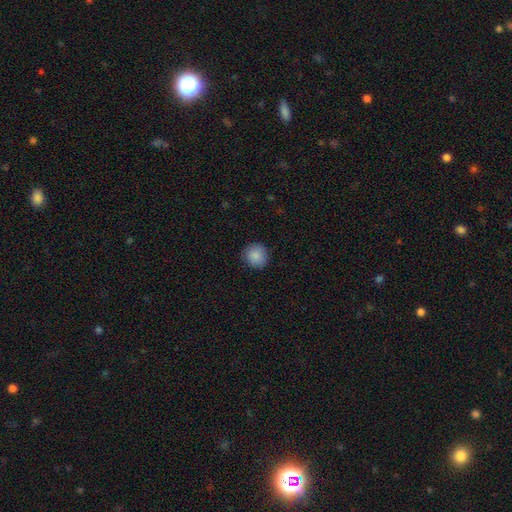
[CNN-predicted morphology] Smooth or featured? Predicted: smooth (p=0.87). How rounded? Predicted: round (p=0.92). Merging? Predicted: none (p=0.87).